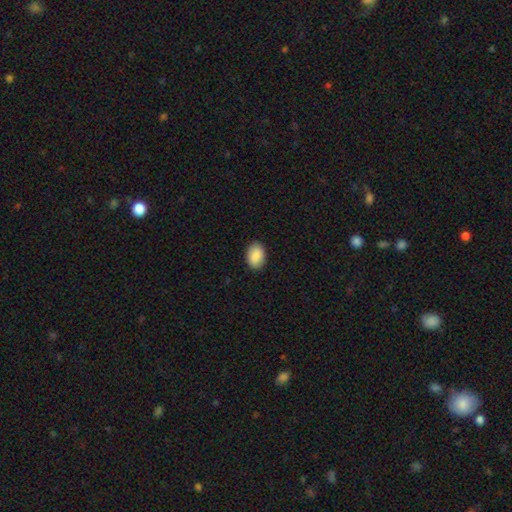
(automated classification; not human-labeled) A smooth galaxy with no disk features (90%) that is in between round and cigar-shaped (86%). Merging: none (89%).